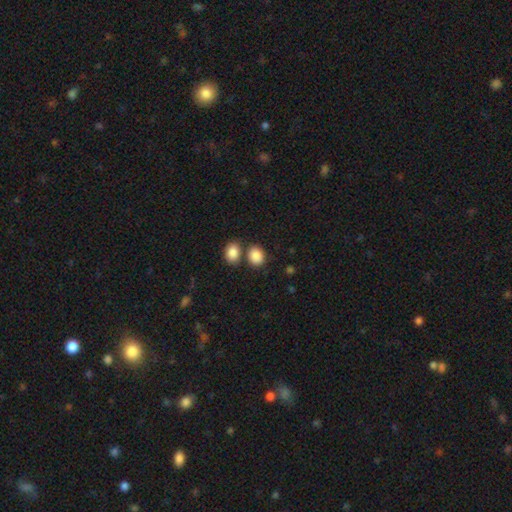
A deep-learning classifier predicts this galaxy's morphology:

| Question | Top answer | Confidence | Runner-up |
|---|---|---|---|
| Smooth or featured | smooth | 88% | star or artifact (8%) |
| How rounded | in between | 53% | round (45%) |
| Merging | none | 63% | merger (24%) |